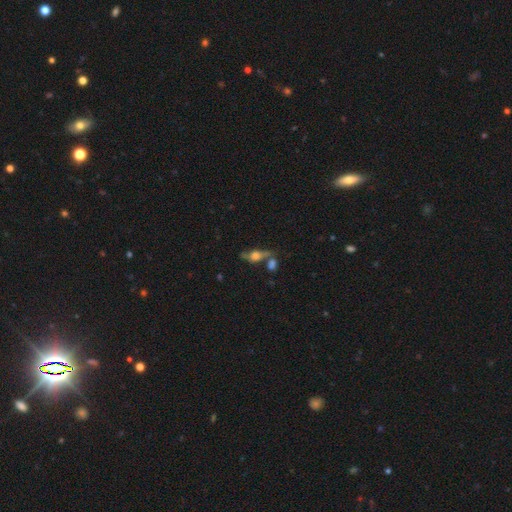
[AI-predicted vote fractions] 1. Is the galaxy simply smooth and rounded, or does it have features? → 55% featured or disk, 32% smooth, 12% star or artifact.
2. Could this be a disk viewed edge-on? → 82% yes, 18% no.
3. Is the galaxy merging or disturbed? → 57% none, 19% merger, 15% minor disturbance, 9% major disturbance.